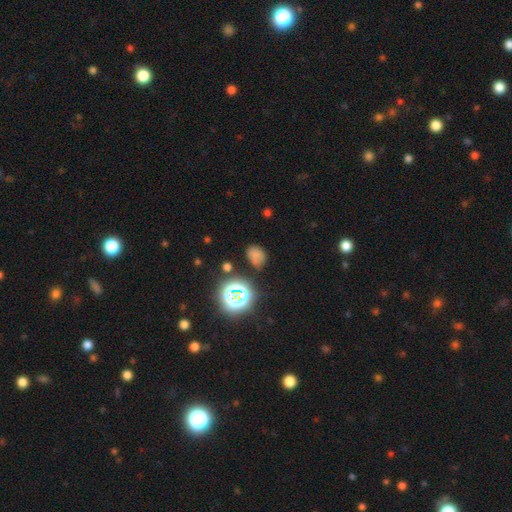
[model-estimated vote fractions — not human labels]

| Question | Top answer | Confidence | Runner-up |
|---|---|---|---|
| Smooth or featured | smooth | 65% | star or artifact (26%) |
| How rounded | in between | 64% | round (35%) |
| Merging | none | 64% | minor disturbance (23%) |